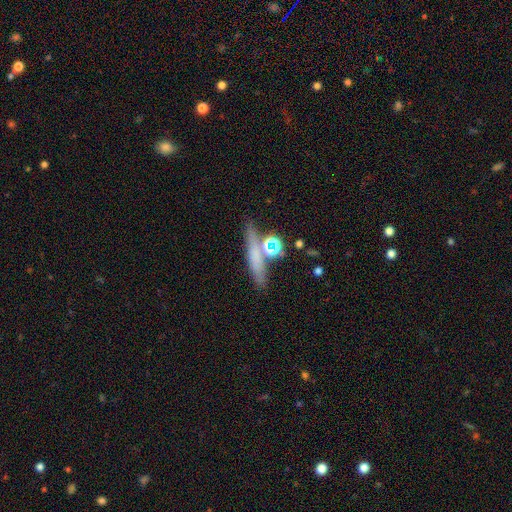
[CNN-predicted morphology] Smooth or featured? Predicted: smooth (p=0.55). How rounded? Predicted: cigar-shaped (p=0.72). Merging? Predicted: none (p=0.69).